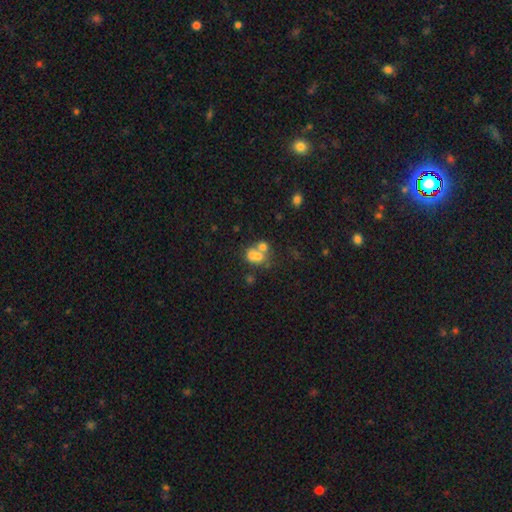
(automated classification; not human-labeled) This appears to be a smooth galaxy with no disk features (65%) that is in between round and cigar-shaped (53%). Merging: merger (61%).